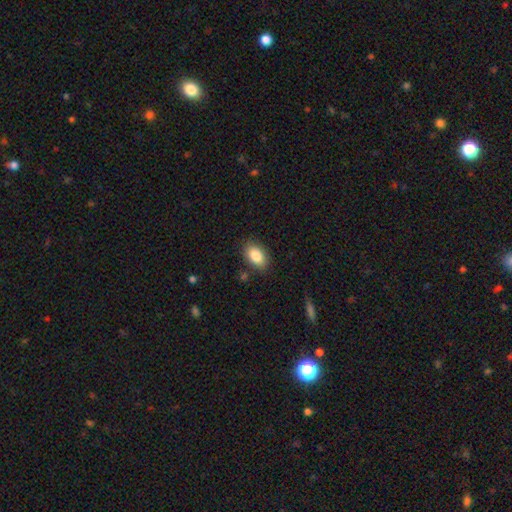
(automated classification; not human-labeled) Smooth or featured: smooth — 85% (star or artifact — 7%)
How rounded: in between — 90% (round — 8%)
Merging: none — 84% (minor disturbance — 12%)